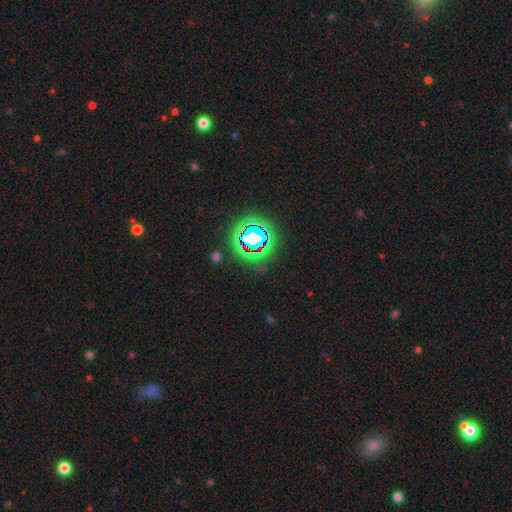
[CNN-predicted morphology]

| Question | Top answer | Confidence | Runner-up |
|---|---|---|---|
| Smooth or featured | star or artifact | 81% | smooth (12%) |